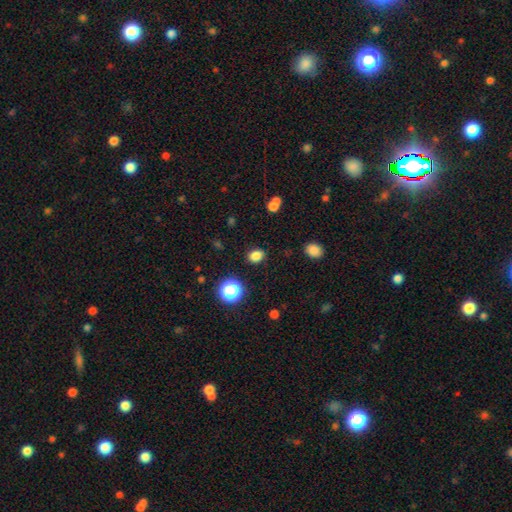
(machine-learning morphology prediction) Overall: smooth (82%). How rounded: round (50%; in between 49%). Merging: none (86%).